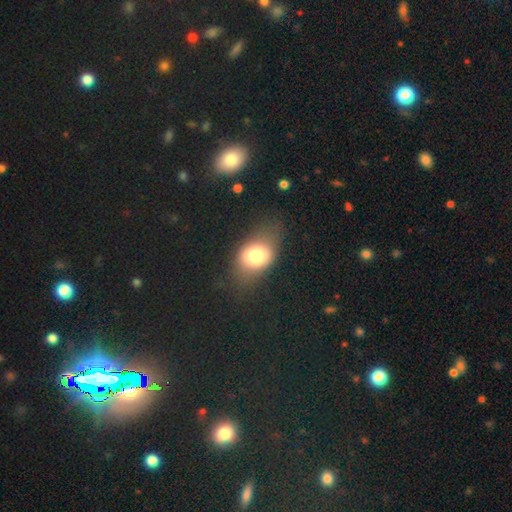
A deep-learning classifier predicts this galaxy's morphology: Smooth or featured? Predicted: smooth (p=0.77). How rounded? Predicted: in between (p=0.73). Merging? Predicted: none (p=0.56).